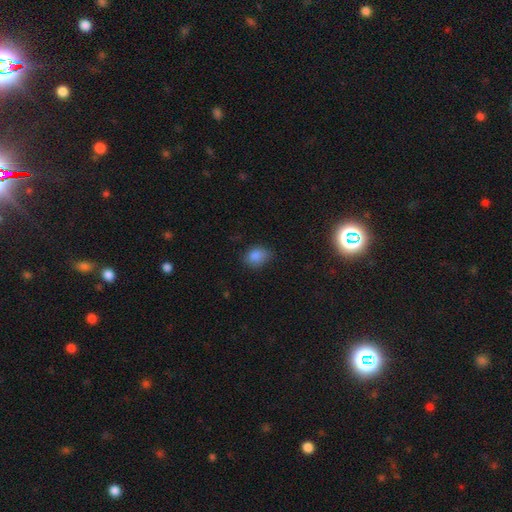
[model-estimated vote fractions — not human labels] Smooth or featured? Predicted: smooth (p=0.85). How rounded? Predicted: in between (p=0.60). Merging? Predicted: none (p=0.69).